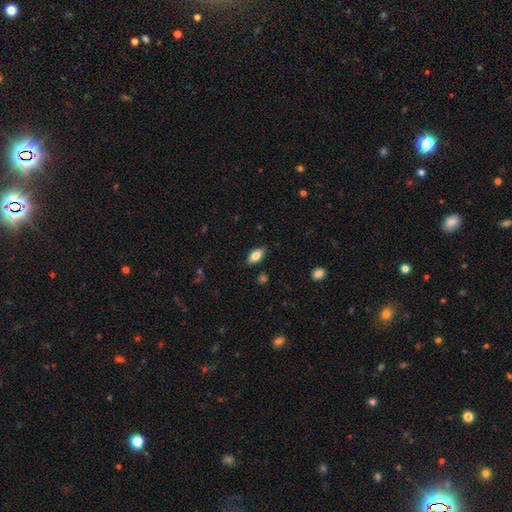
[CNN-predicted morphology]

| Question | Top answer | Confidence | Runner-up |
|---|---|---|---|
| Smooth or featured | smooth | 81% | featured or disk (11%) |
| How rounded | in between | 89% | cigar-shaped (7%) |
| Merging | none | 86% | minor disturbance (10%) |